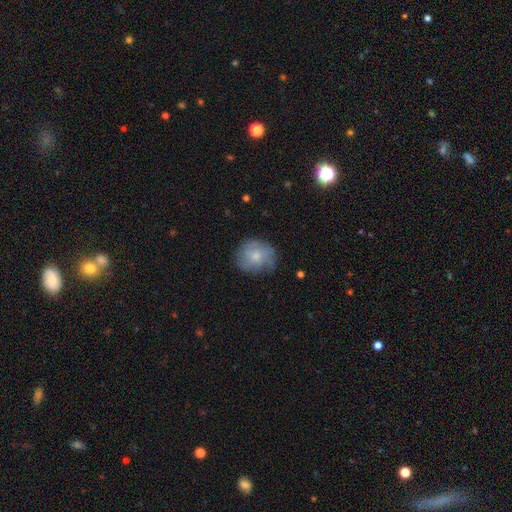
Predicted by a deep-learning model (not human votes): Smooth or featured?
  - smooth: 53% *
  - featured or disk: 38%
  - star or artifact: 9%
How rounded?
  - round: 82% *
  - in between: 17%
  - cigar-shaped: 1%
Merging?
  - none: 73% *
  - minor disturbance: 19%
  - major disturbance: 7%
  - merger: 1%